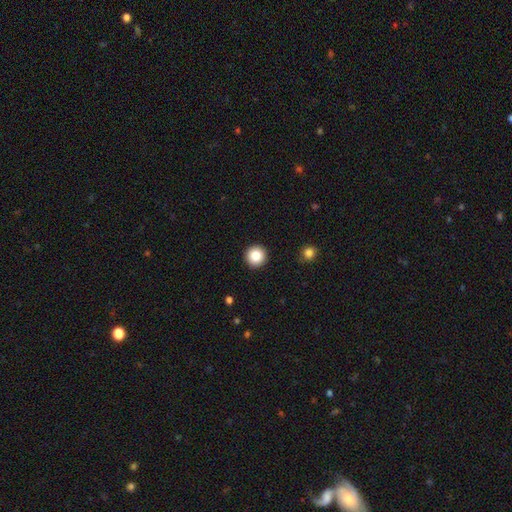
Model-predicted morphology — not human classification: smooth 85%, star or artifact 10%, featured or disk 5%. Down the decision tree: how rounded — round (96%); merging — none (93%).